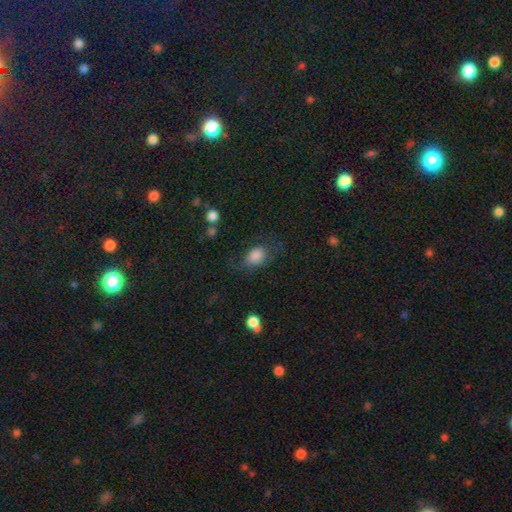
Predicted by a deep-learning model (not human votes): Smooth or featured? smooth (82%)
How rounded? in between (75%)
Merging? none (53%)